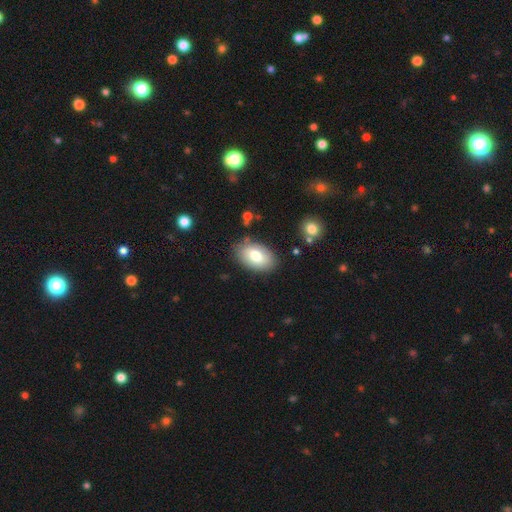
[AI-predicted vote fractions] A smooth galaxy with no disk features (74%) that is in between round and cigar-shaped (91%).

Vote fractions:
- Smooth or featured? smooth: 74% / featured or disk: 19% / star or artifact: 7%
- How rounded? in between: 91% / round: 8% / cigar-shaped: 1%
- Merging? none: 83% / minor disturbance: 12% / major disturbance: 3% / merger: 2%